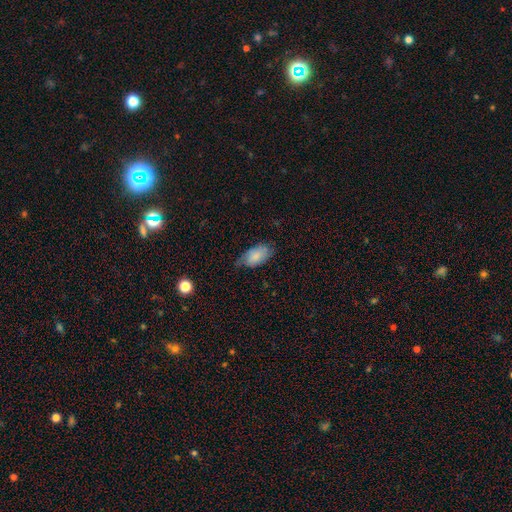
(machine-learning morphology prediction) A smooth galaxy with no disk features (79%) that is in between round and cigar-shaped (93%). Merging: none (55%).